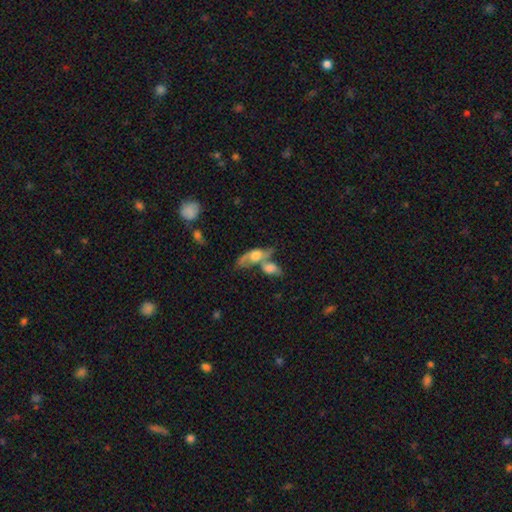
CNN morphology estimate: smooth-or-featured: featured or disk: 49% | smooth: 42% | star or artifact: 9%
  merging: merger: 61% | none: 22% | minor disturbance: 9% | major disturbance: 8%